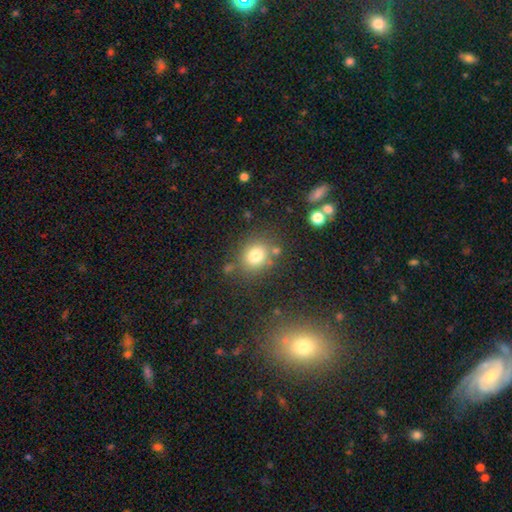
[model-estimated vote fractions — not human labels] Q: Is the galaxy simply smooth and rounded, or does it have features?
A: smooth — 77%.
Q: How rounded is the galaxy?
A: round — 76%.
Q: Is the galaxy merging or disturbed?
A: none — 75%.